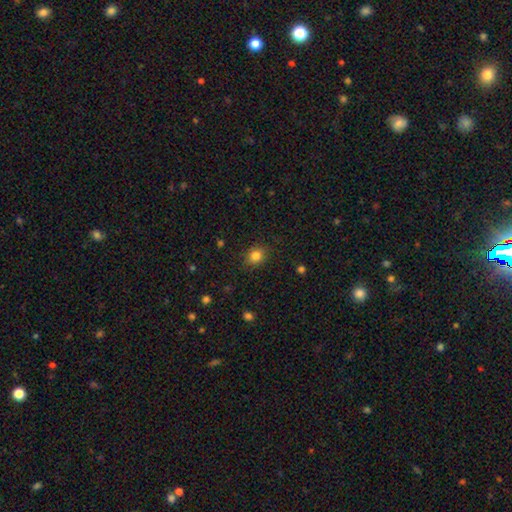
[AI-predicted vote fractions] Smooth or featured? Predicted: smooth (p=0.83). How rounded? Predicted: round (p=0.69). Merging? Predicted: none (p=0.85).